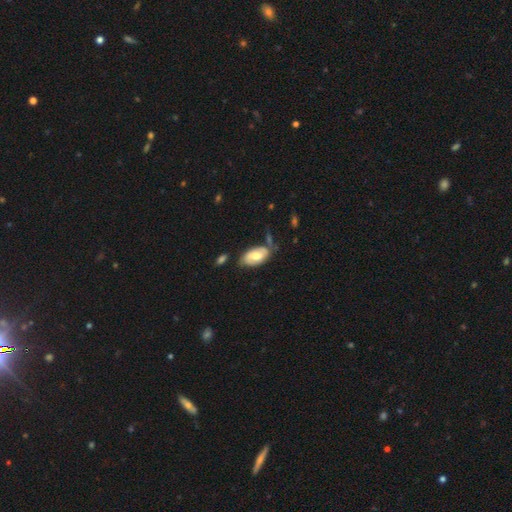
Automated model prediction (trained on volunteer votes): A smooth galaxy with no disk features (49%). Merging: none (57%).